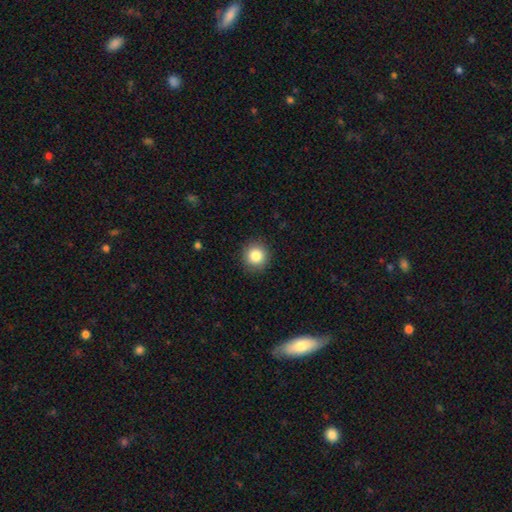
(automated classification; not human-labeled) Overall: smooth (85%). How rounded: round (94%). Merging: none (91%).